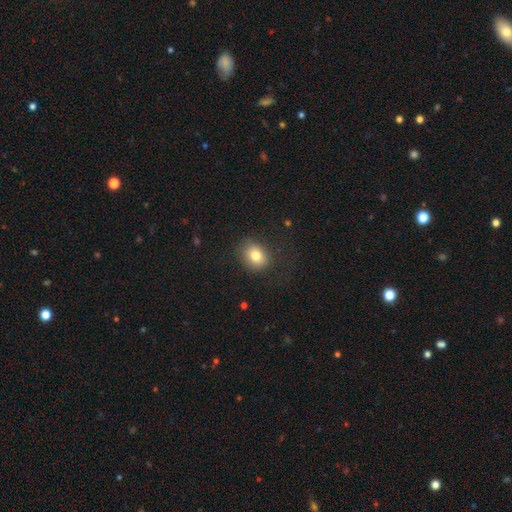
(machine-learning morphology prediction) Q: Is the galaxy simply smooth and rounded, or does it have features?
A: smooth — 79%.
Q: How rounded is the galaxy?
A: round — 54%.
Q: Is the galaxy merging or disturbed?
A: none — 81%.